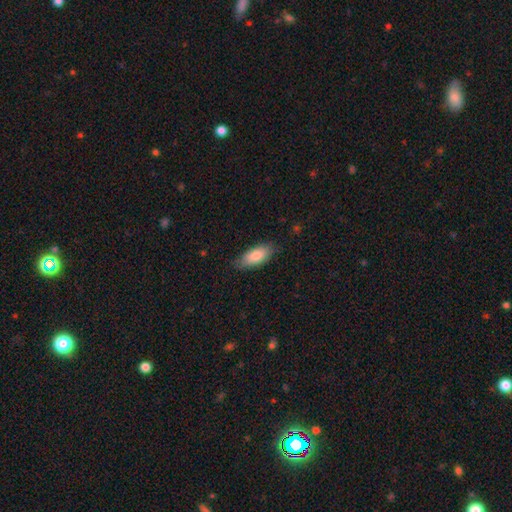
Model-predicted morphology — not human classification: A smooth galaxy with no disk features (84%) that is in between round and cigar-shaped (83%).

Vote fractions:
- Smooth or featured? smooth: 84% / featured or disk: 10% / star or artifact: 6%
- How rounded? in between: 83% / cigar-shaped: 15% / round: 2%
- Merging? none: 80% / minor disturbance: 16% / major disturbance: 3% / merger: 1%